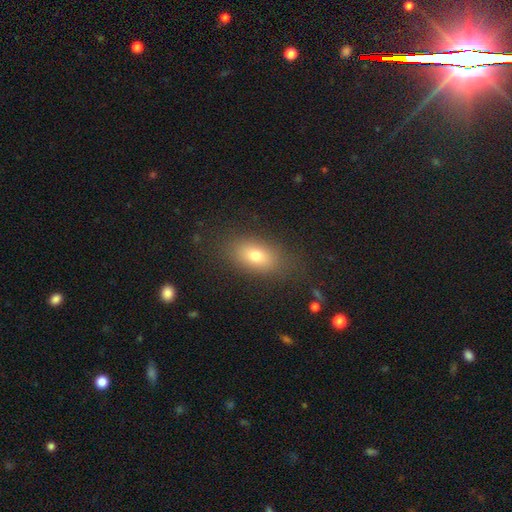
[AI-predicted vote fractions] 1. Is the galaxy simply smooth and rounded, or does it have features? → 73% smooth, 15% featured or disk, 11% star or artifact.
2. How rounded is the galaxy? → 83% in between, 12% round, 5% cigar-shaped.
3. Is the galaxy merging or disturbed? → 81% none, 12% minor disturbance, 5% major disturbance, 1% merger.